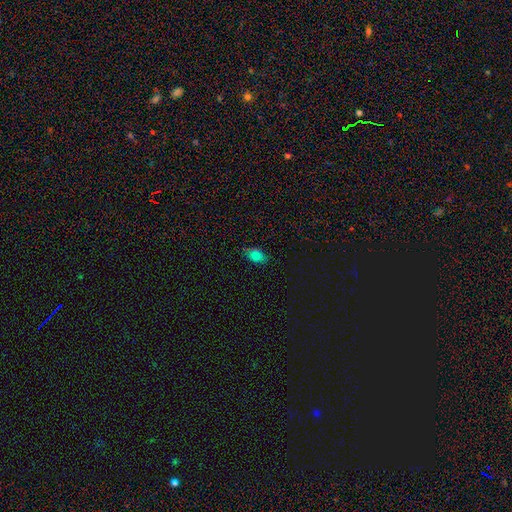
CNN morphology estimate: smooth_or_featured: smooth (p=0.75) [alt: star or artifact p=0.18]
how_rounded: in between (p=0.85) [alt: round p=0.12]
merging: none (p=0.73) [alt: minor disturbance p=0.21]